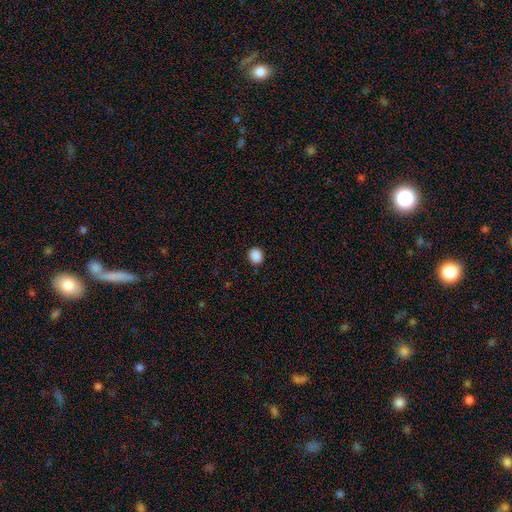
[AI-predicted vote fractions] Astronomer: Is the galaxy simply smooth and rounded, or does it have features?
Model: smooth — 89%.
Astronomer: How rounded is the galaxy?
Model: round — 72%.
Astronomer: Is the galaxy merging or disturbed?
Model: none — 90%.